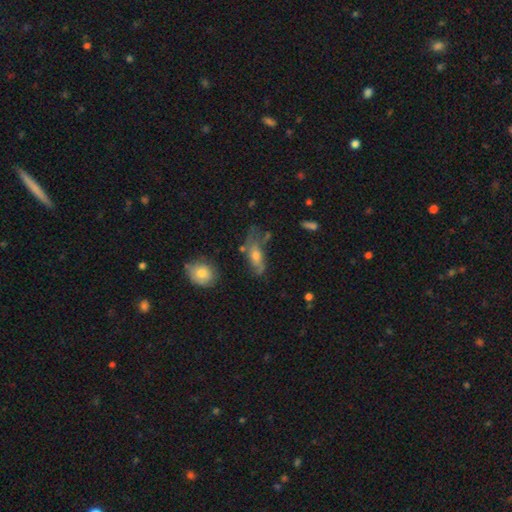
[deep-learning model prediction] smooth_or_featured: smooth (p=0.50) [alt: featured or disk p=0.39]
how_rounded: in between (p=0.71) [alt: cigar-shaped p=0.24]
merging: none (p=0.44) [alt: minor disturbance p=0.29]